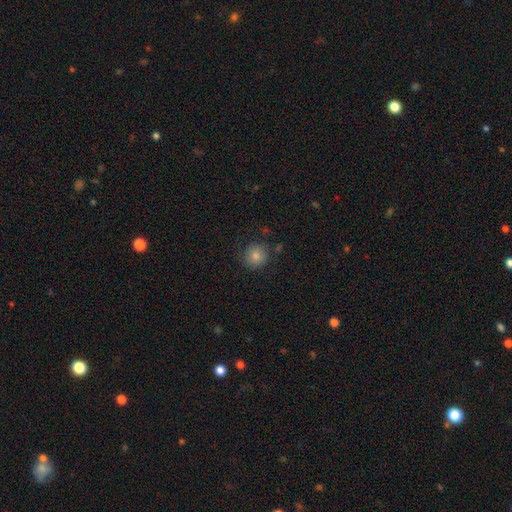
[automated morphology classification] This appears to be a smooth galaxy with no disk features (78%) that is round (93%). Merging: none (83%).